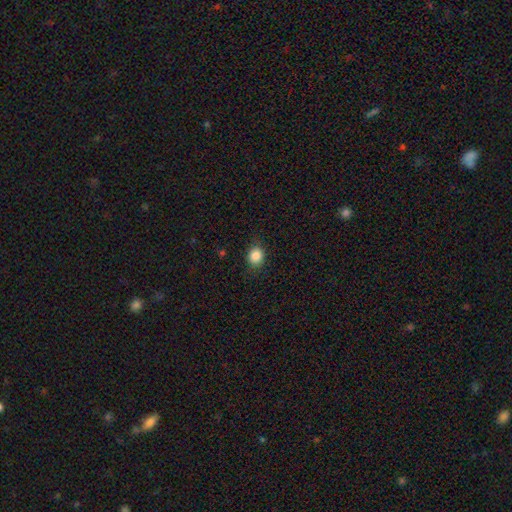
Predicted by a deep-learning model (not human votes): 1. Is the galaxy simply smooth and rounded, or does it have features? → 85% smooth, 10% star or artifact, 4% featured or disk.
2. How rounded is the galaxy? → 72% round, 28% in between, 1% cigar-shaped.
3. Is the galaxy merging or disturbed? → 86% none, 10% minor disturbance, 3% major disturbance, 1% merger.